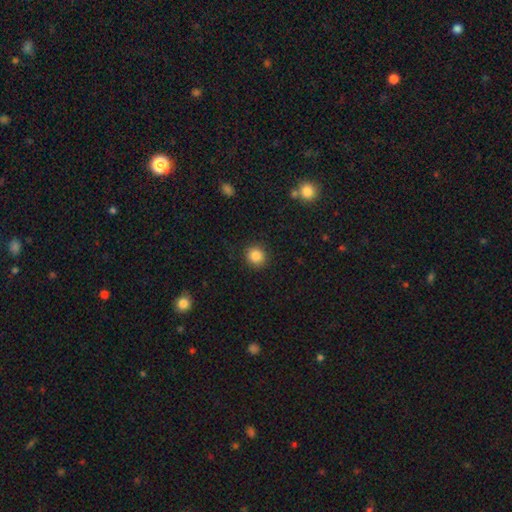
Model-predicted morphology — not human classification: smooth_or_featured: smooth (p=0.85) [alt: star or artifact p=0.10]
how_rounded: round (p=0.91) [alt: in between p=0.08]
merging: none (p=0.91) [alt: minor disturbance p=0.06]